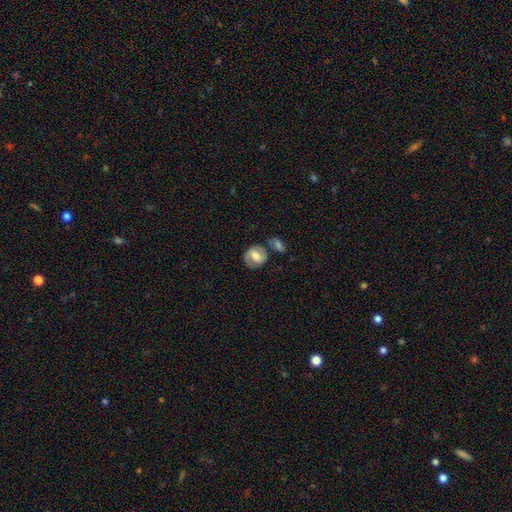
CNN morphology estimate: A featured or disk galaxy (53%) with a weak bar (43%), spiral arms (76%) and a moderate central bulge (62%). Merging: none (66%).